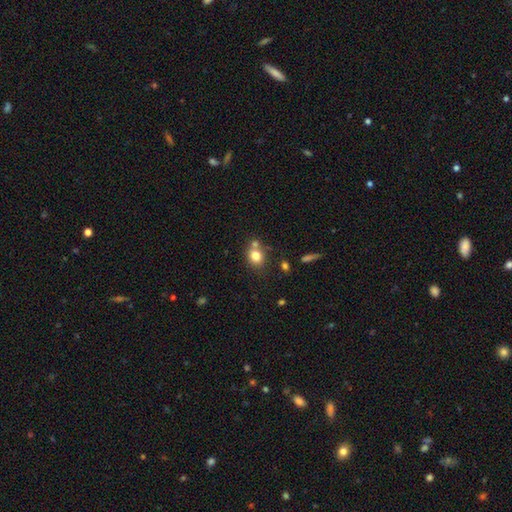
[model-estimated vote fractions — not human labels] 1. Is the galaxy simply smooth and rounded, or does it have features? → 79% smooth, 11% star or artifact, 10% featured or disk.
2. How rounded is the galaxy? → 67% round, 32% in between, 1% cigar-shaped.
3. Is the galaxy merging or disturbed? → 56% none, 28% merger, 12% minor disturbance, 4% major disturbance.